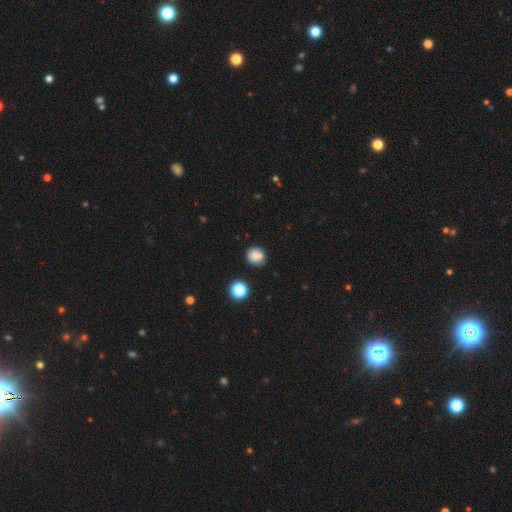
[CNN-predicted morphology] A smooth galaxy with no disk features (79%) that is round (87%). Merging: none (69%).